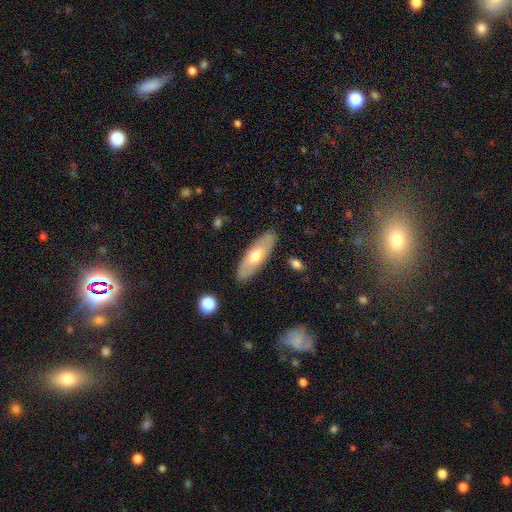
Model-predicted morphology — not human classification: smooth-or-featured: smooth: 55% | featured or disk: 40% | star or artifact: 5%
  how-rounded: in between: 62% | cigar-shaped: 36% | round: 2%
  merging: none: 86% | minor disturbance: 10% | major disturbance: 2% | merger: 2%